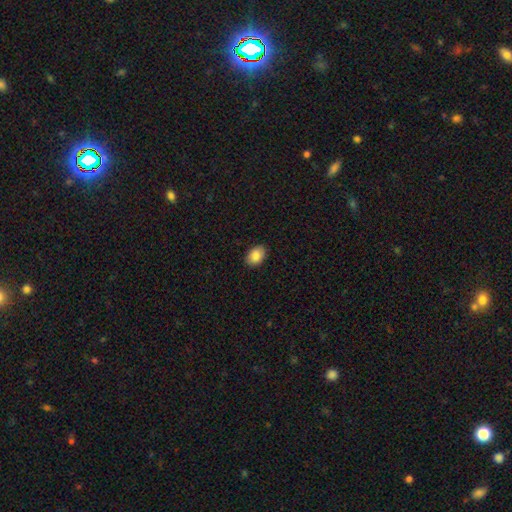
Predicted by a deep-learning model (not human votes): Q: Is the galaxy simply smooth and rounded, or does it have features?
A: smooth — 87%.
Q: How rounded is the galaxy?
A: in between — 81%.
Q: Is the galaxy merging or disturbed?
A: none — 89%.